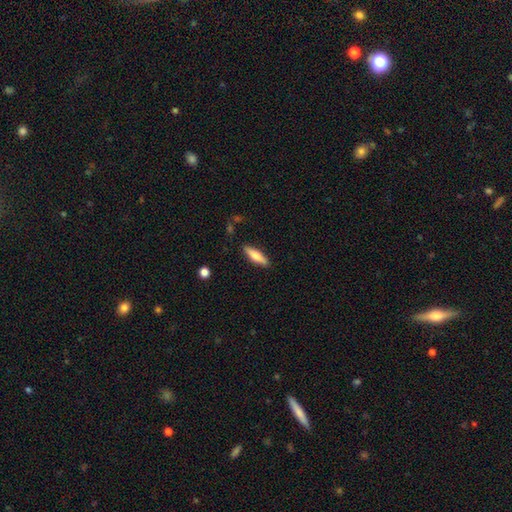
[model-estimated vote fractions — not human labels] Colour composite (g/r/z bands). It shows a smooth galaxy with no disk features (66%) that is cigar-shaped (61%). Merging: none (87%).